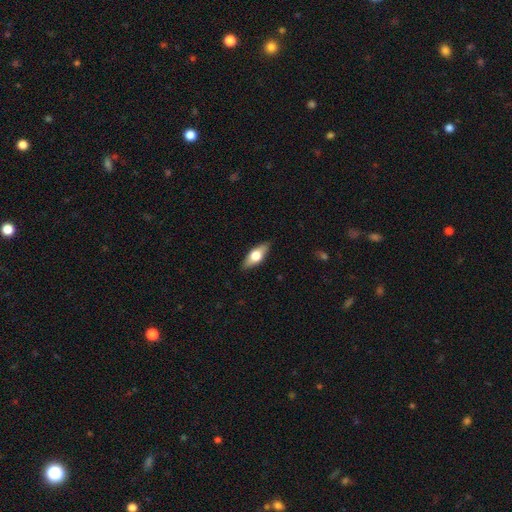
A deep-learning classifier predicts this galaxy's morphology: Overall: smooth (55%; featured or disk 39%). How rounded: in between (73%). Merging: none (88%).